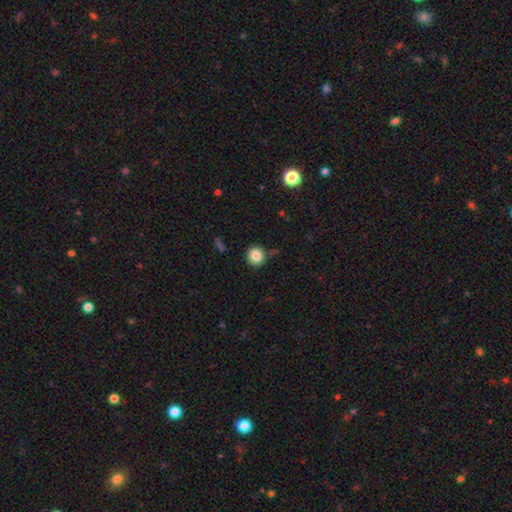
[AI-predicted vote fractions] smooth 85%, star or artifact 10%, featured or disk 5%. Down the decision tree: how rounded — round (93%); merging — none (83%).